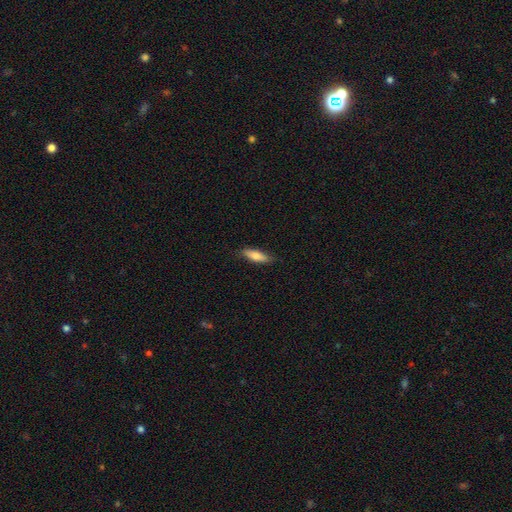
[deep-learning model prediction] Morphology: type=smooth (75%); roundness=cigar-shaped (51%); merging=none (84%).